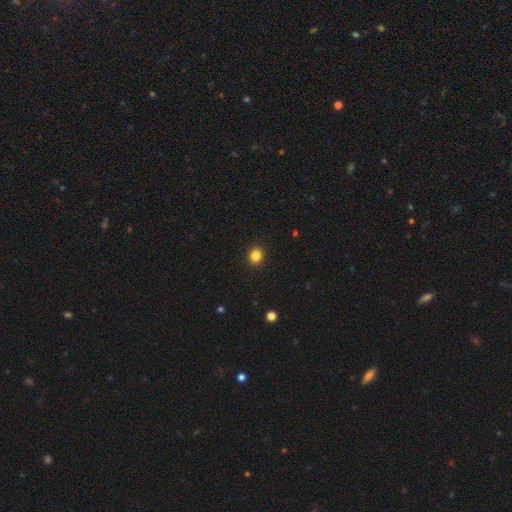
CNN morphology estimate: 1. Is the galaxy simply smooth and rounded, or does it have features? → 84% smooth, 12% star or artifact, 4% featured or disk.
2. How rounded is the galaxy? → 78% round, 21% in between, 1% cigar-shaped.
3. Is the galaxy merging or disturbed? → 92% none, 5% minor disturbance, 2% major disturbance, 1% merger.